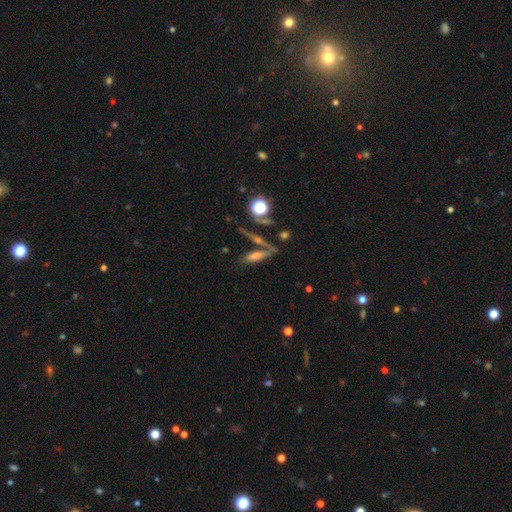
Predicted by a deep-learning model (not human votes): smooth-or-featured: featured or disk: 42% | smooth: 41% | star or artifact: 17%
  merging: none: 53% | merger: 24% | minor disturbance: 14% | major disturbance: 9%